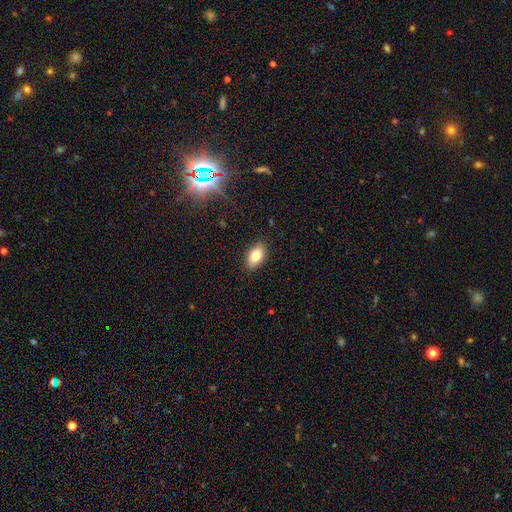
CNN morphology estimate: Smooth or featured?
  - smooth: 81% *
  - featured or disk: 11%
  - star or artifact: 8%
How rounded?
  - in between: 91% *
  - round: 7%
  - cigar-shaped: 2%
Merging?
  - none: 87% *
  - minor disturbance: 10%
  - major disturbance: 2%
  - merger: 1%